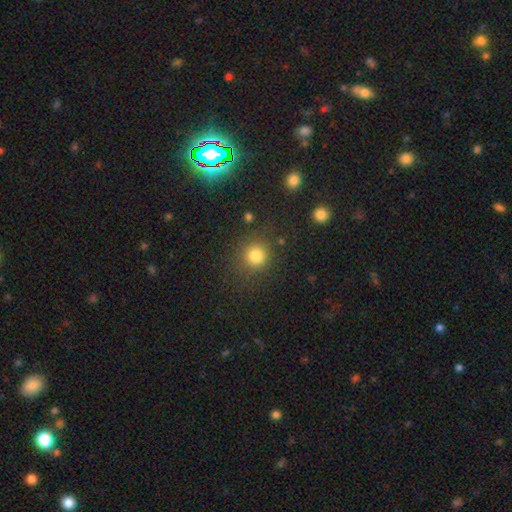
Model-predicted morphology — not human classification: smooth 81%, star or artifact 14%, featured or disk 5%. Down the decision tree: how rounded — round (91%); merging — none (84%).